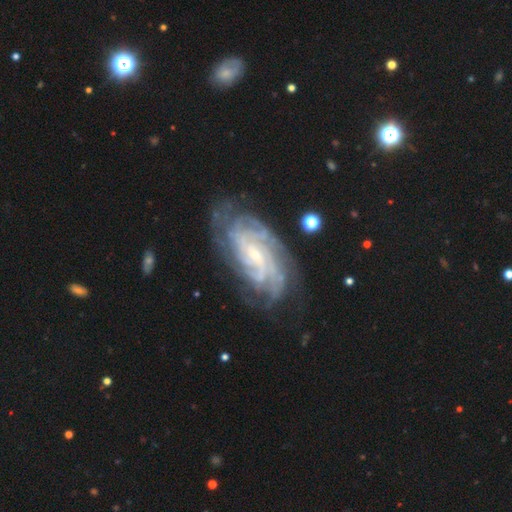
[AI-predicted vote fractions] smooth_or_featured: featured or disk (p=0.89) [alt: star or artifact p=0.06]
disk_edge_on: no (p=0.95) [alt: yes p=0.05]
bar: weak (p=0.44) [alt: no p=0.42]
has_spiral_arms: yes (p=0.97) [alt: no p=0.03]
spiral_winding: tight (p=0.71) [alt: medium p=0.24]
spiral_arm_count: can't tell (p=0.30) [alt: 4 p=0.26]
bulge_size: small (p=0.74) [alt: moderate p=0.20]
merging: none (p=0.75) [alt: minor disturbance p=0.17]